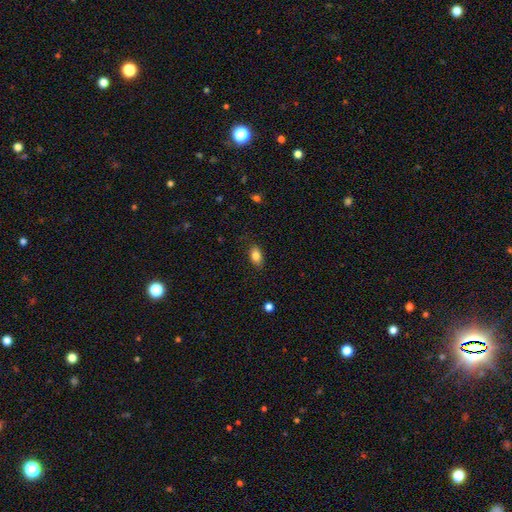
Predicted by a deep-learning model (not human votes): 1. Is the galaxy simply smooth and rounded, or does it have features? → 83% smooth, 9% star or artifact, 8% featured or disk.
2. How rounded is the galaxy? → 86% in between, 11% round, 3% cigar-shaped.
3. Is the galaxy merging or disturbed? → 84% none, 12% minor disturbance, 3% major disturbance, 1% merger.